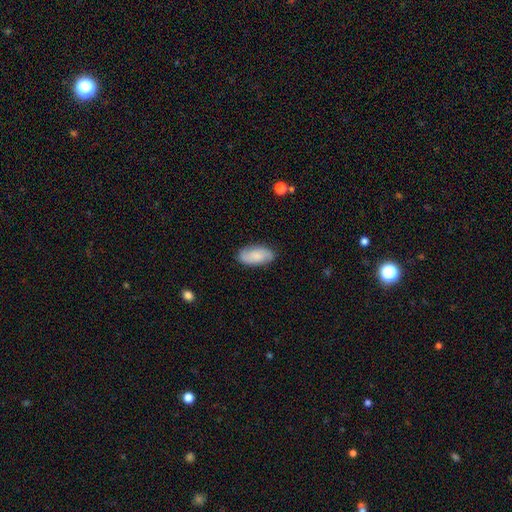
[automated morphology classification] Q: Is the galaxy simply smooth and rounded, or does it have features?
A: smooth — 64%.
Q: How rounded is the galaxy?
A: in between — 92%.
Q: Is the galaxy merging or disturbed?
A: none — 82%.